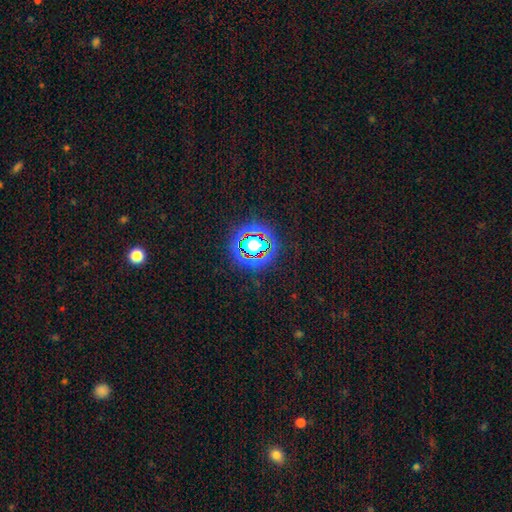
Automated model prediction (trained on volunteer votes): smooth_or_featured: star or artifact (p=0.80) [alt: smooth p=0.12]